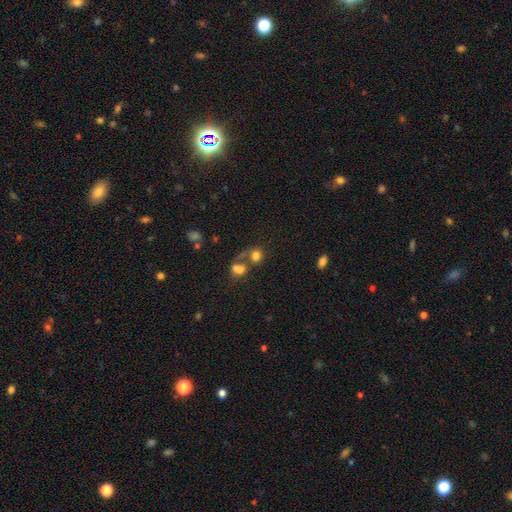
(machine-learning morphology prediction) The model was most divided on "merging": merger: 48%, none: 33%, major disturbance: 11%, minor disturbance: 8%. More confident: how rounded — round (77%); smooth or featured — smooth (73%).